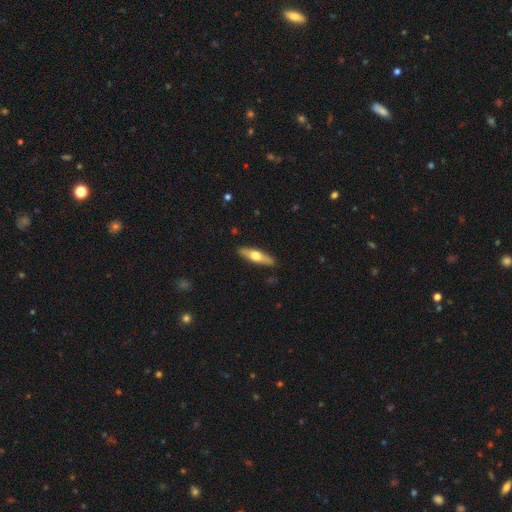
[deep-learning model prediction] Overall: featured or disk (49%; smooth 46%). Merging: none (90%).